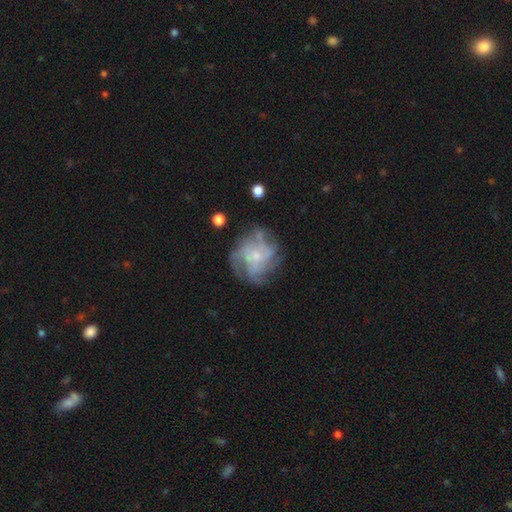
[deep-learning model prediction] Smooth or featured? Predicted: featured or disk (p=0.72). Edge-on disk? Predicted: no (p=0.98). Bar? Predicted: no (p=0.77). Spiral arms? Predicted: yes (p=0.78). Spiral winding? Predicted: medium (p=0.41). Spiral arm count? Predicted: can't tell (p=0.36). Bulge size? Predicted: small (p=0.56). Merging? Predicted: none (p=0.64).